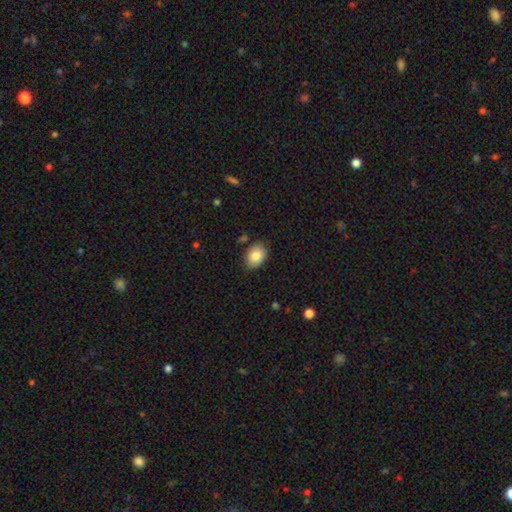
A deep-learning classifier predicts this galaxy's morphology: A smooth galaxy with no disk features (83%) that is in between round and cigar-shaped (74%). Merging: none (81%).